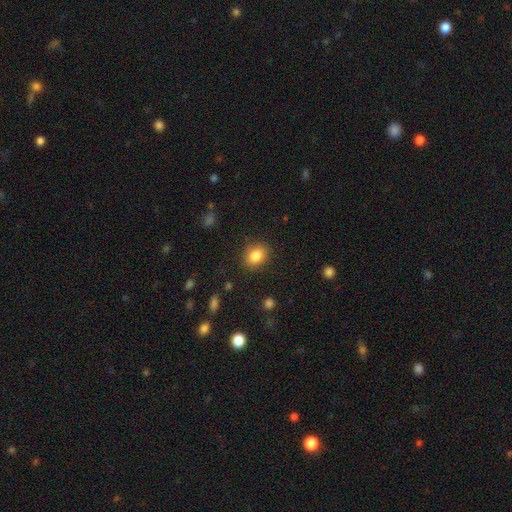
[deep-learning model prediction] smooth 85%, star or artifact 9%, featured or disk 6%. Down the decision tree: how rounded — in between (61%); merging — none (85%).